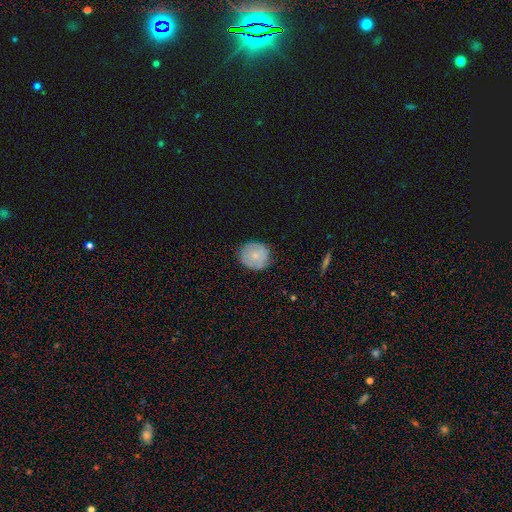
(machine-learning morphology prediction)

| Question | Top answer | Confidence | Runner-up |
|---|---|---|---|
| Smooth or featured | smooth | 71% | featured or disk (22%) |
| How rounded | round | 87% | in between (12%) |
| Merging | none | 81% | minor disturbance (15%) |